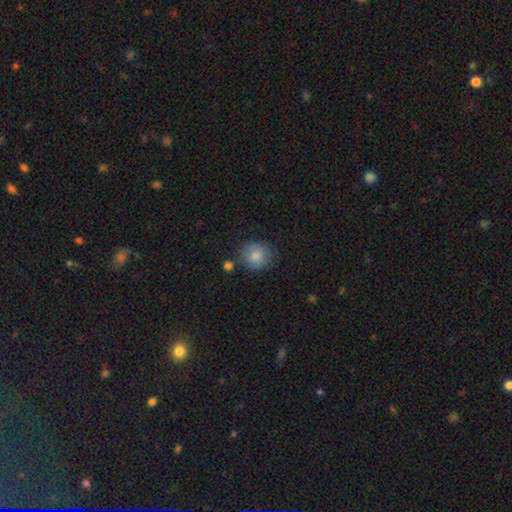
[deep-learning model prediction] The model was most divided on "merging": none: 74%, minor disturbance: 16%, merger: 5%, major disturbance: 4%. More confident: how rounded — round (83%); smooth or featured — smooth (83%).